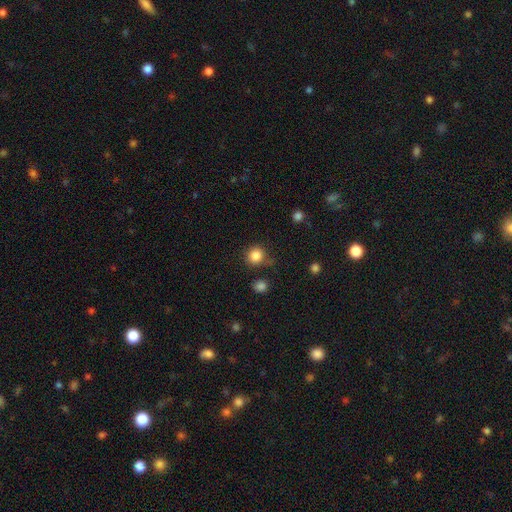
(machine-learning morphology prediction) type=smooth (84%); roundness=round (88%); merging=none (78%).